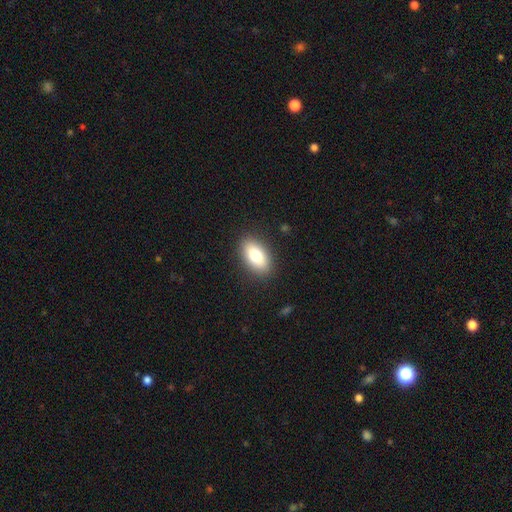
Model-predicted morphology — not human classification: This appears to be a smooth galaxy with no disk features (79%) that is in between round and cigar-shaped (90%). Merging: none (88%).